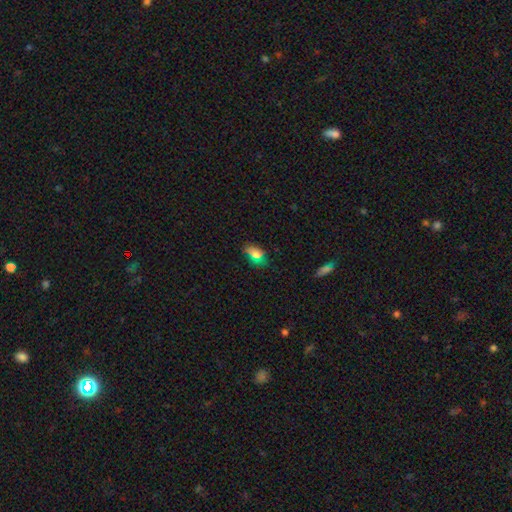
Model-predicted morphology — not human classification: Q: Smooth or featured?
A: smooth (70%); runner-up: star or artifact (21%)
Q: How rounded?
A: in between (83%); runner-up: round (11%)
Q: Merging?
A: none (63%); runner-up: minor disturbance (24%)